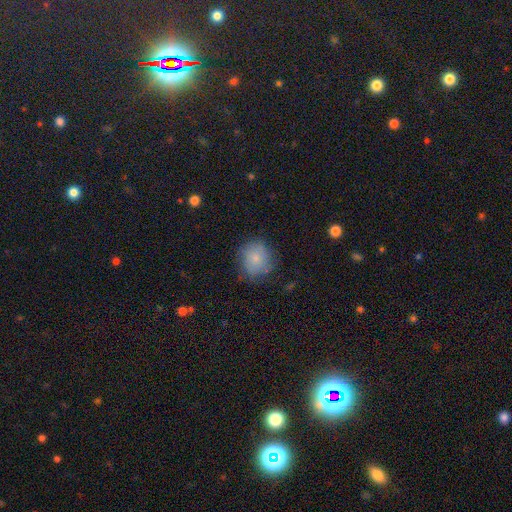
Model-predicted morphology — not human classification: smooth 67%, featured or disk 19%, star or artifact 15%. Down the decision tree: how rounded — round (86%); merging — none (77%).